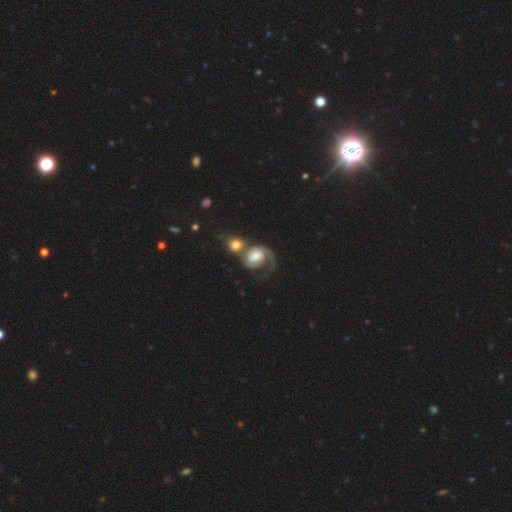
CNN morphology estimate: type=featured or disk (68%); edge-on=no (98%); bar=no (57%); spiral arms=yes (90%); winding=medium (37%); arm count=1 (62%); bulge=moderate (45%); merging=merger (59%).